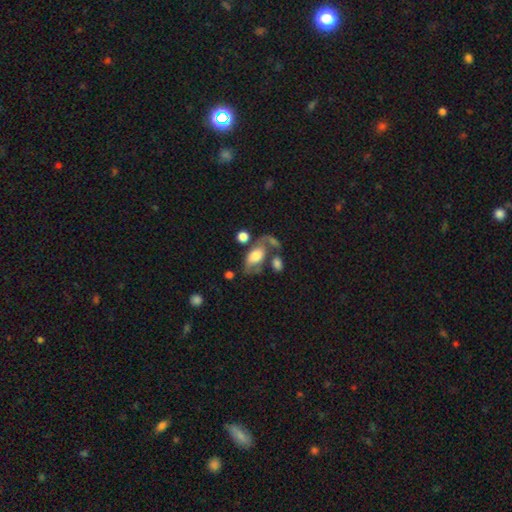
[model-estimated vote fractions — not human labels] smooth-or-featured: smooth: 50% | featured or disk: 42% | star or artifact: 8%
  merging: none: 38% | merger: 22% | major disturbance: 20% | minor disturbance: 20%